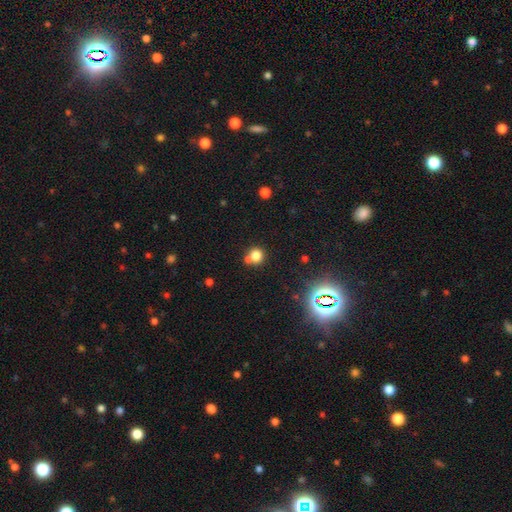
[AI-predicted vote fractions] Smooth or featured: smooth — 77% (star or artifact — 15%)
How rounded: round — 87% (in between — 12%)
Merging: none — 60% (merger — 28%)